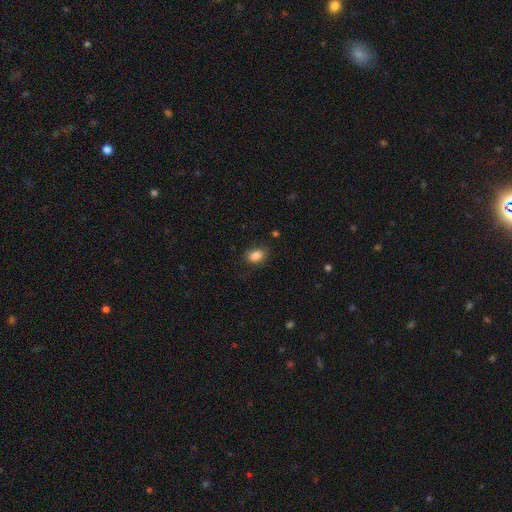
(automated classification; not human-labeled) Smooth or featured: smooth — 86% (star or artifact — 9%)
How rounded: in between — 77% (round — 22%)
Merging: none — 80% (minor disturbance — 15%)